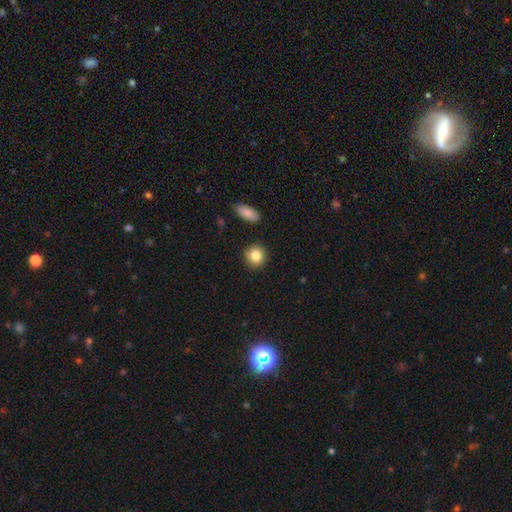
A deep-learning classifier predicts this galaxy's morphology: type=smooth (85%); roundness=round (87%); merging=none (88%).